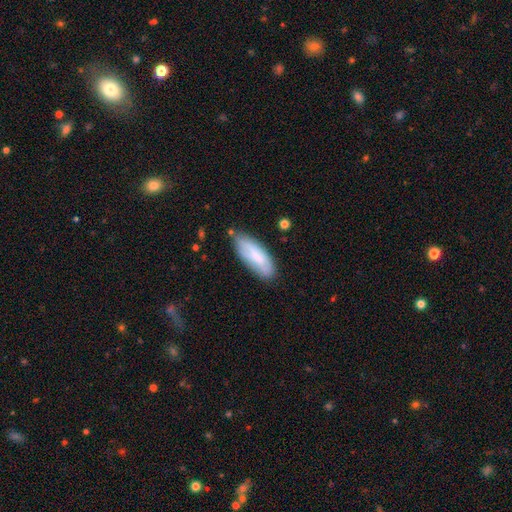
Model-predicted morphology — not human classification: The model was most divided on "how rounded": in between: 70%, cigar-shaped: 29%, round: 2%. More confident: merging — none (73%); smooth or featured — smooth (69%).